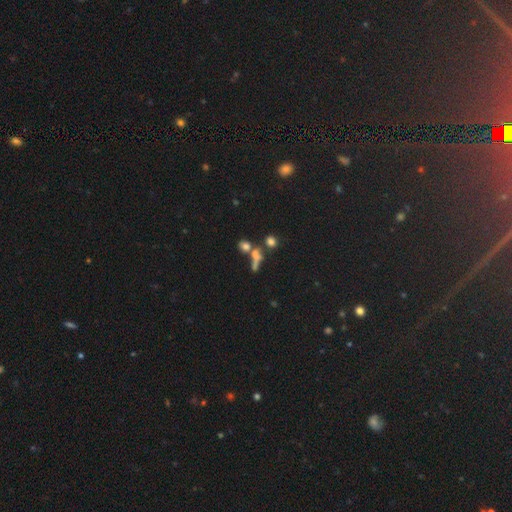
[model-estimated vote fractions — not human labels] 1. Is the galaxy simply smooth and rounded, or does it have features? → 58% smooth, 21% featured or disk, 21% star or artifact.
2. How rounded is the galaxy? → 41% round, 33% in between, 26% cigar-shaped.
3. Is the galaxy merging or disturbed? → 39% merger, 38% none, 12% major disturbance, 11% minor disturbance.